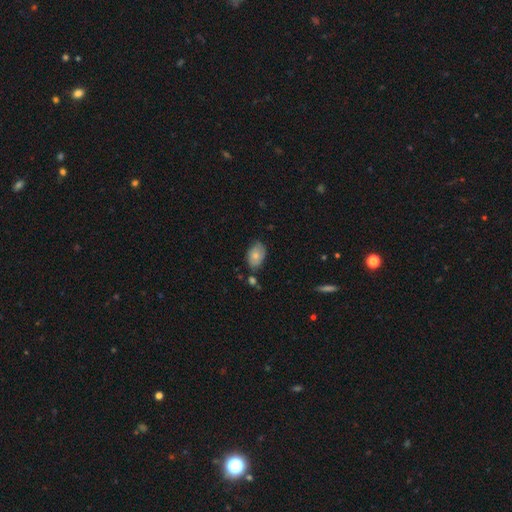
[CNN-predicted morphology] This appears to be a smooth galaxy with no disk features (74%) that is in between round and cigar-shaped (89%). Merging: none (68%).